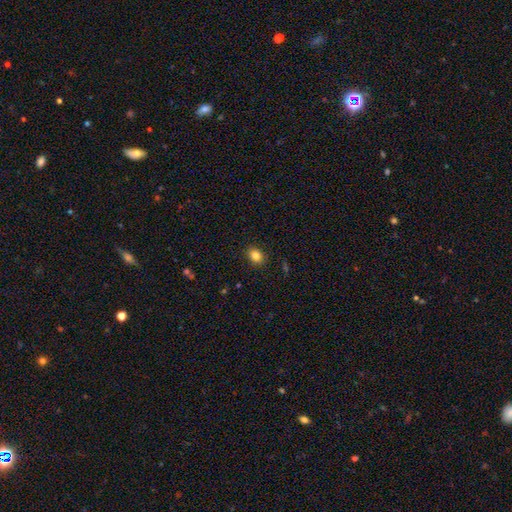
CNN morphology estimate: Smooth or featured: smooth — 83% (star or artifact — 11%)
How rounded: in between — 50% (round — 49%)
Merging: none — 89% (minor disturbance — 8%)